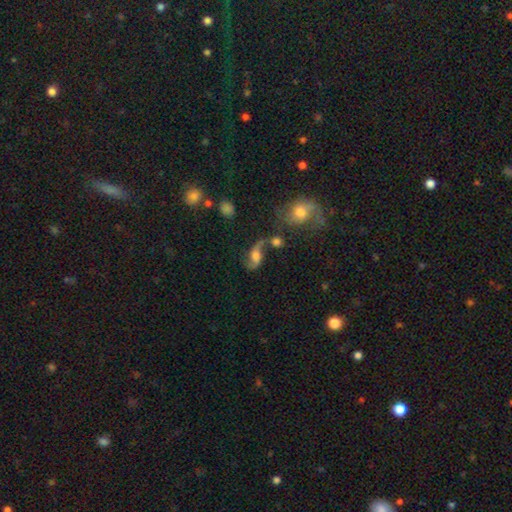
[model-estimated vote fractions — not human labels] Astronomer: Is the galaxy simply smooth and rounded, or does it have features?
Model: featured or disk — 75%.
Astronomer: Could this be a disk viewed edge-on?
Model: no — 95%.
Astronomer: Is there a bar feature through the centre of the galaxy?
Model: no — 55% (runner-up: weak, 35%).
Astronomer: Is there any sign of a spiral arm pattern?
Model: yes — 93%.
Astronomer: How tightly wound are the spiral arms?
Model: loose — 81%.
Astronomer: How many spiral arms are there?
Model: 2 — 92%.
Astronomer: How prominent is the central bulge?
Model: moderate — 44% (runner-up: large, 25%).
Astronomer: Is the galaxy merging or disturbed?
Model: none — 53%.